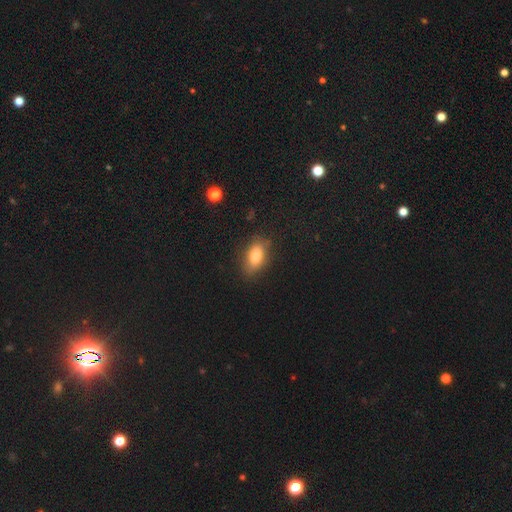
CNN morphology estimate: This appears to be a smooth galaxy with no disk features (80%) that is in between round and cigar-shaped (87%). Merging: none (78%).